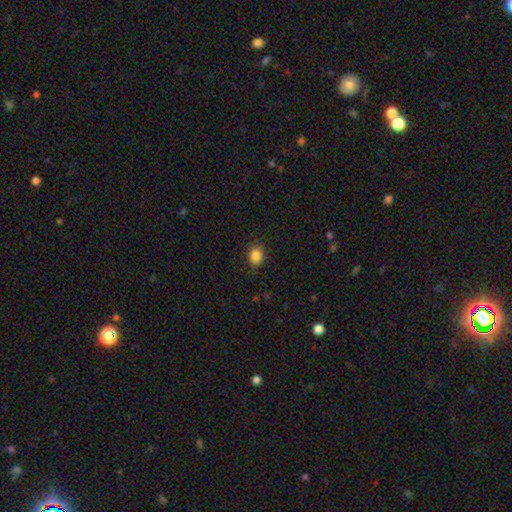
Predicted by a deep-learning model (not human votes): A smooth galaxy with no disk features (85%) that is in between round and cigar-shaped (53%).

Vote fractions:
- Smooth or featured? smooth: 85% / star or artifact: 10% / featured or disk: 4%
- How rounded? in between: 53% / round: 46% / cigar-shaped: 1%
- Merging? none: 85% / minor disturbance: 11% / major disturbance: 3% / merger: 1%